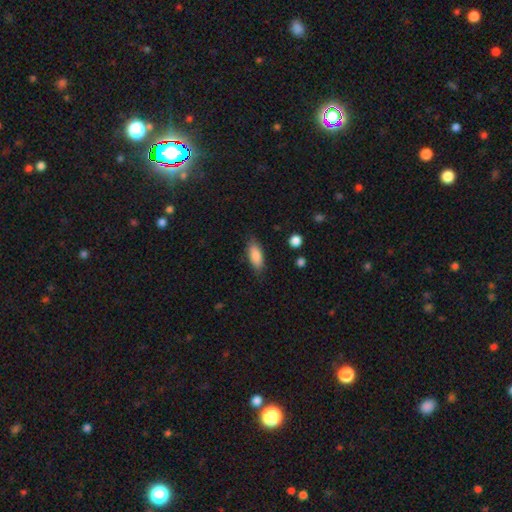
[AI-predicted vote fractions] Smooth or featured? Predicted: smooth (p=0.86). How rounded? Predicted: in between (p=0.77). Merging? Predicted: none (p=0.81).